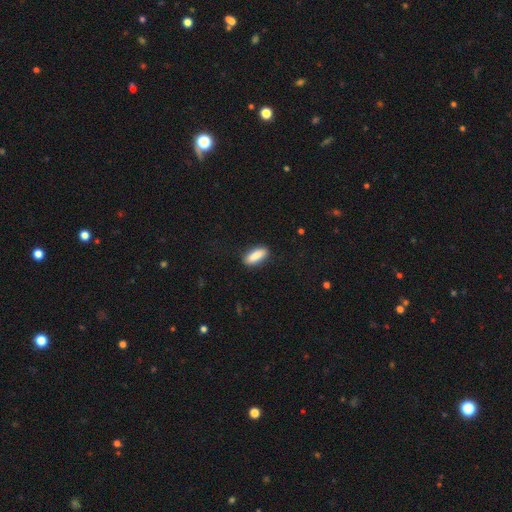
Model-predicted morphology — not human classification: smooth_or_featured: smooth (p=0.87) [alt: featured or disk p=0.07]
how_rounded: in between (p=0.68) [alt: cigar-shaped p=0.30]
merging: none (p=0.86) [alt: minor disturbance p=0.11]